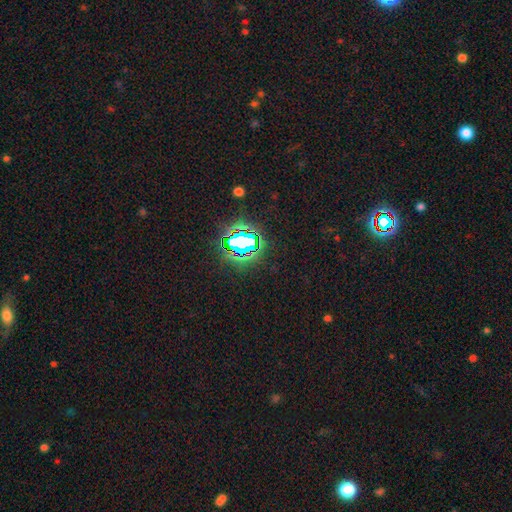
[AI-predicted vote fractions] Smooth or featured?
  - star or artifact: 82% *
  - smooth: 12%
  - featured or disk: 6%